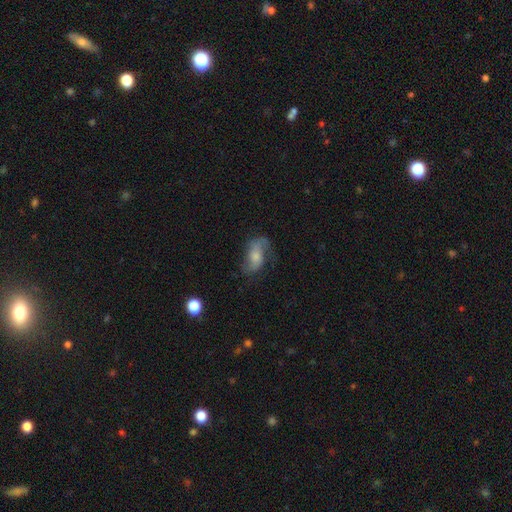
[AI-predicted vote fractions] smooth-or-featured: featured or disk: 52% | smooth: 40% | star or artifact: 8%
  disk-edge-on: no: 94% | yes: 6%
  merging: none: 53% | minor disturbance: 24% | major disturbance: 21% | merger: 2%